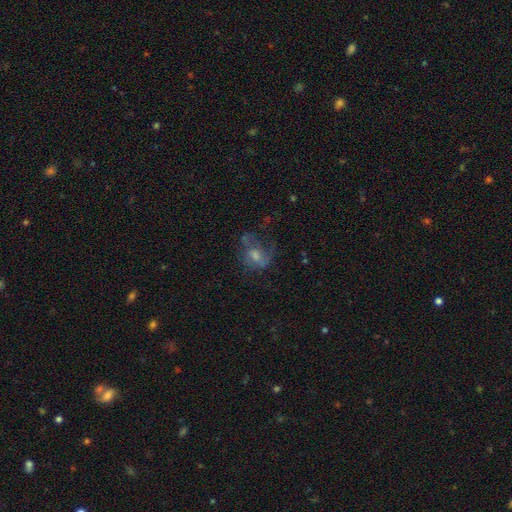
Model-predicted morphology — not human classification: Smooth or featured: featured or disk — 46% (smooth — 40%)
Merging: major disturbance — 40% (none — 35%)